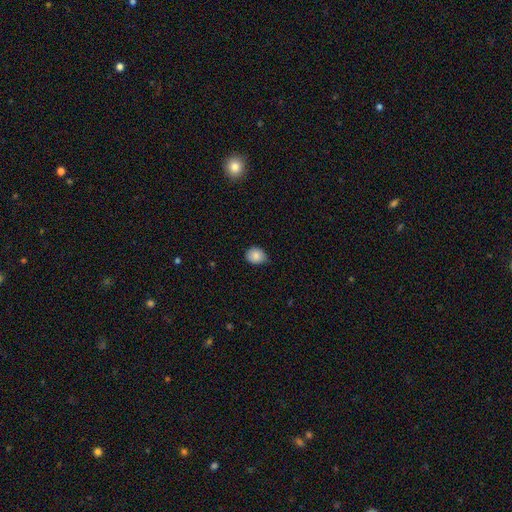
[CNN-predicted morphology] type=smooth (85%); roundness=round (56%); merging=none (69%).